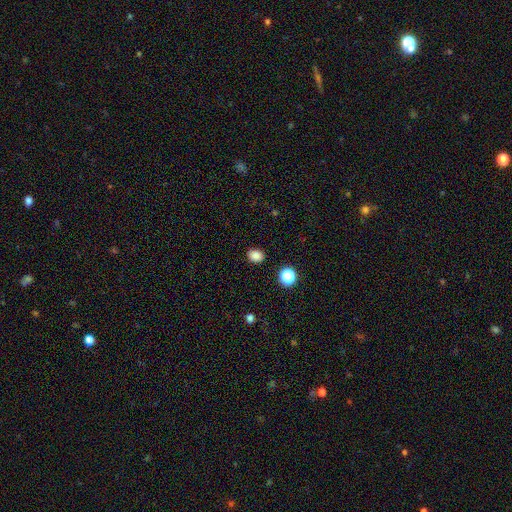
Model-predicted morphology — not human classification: Smooth or featured? smooth (85%)
How rounded? in between (51%)
Merging? none (89%)